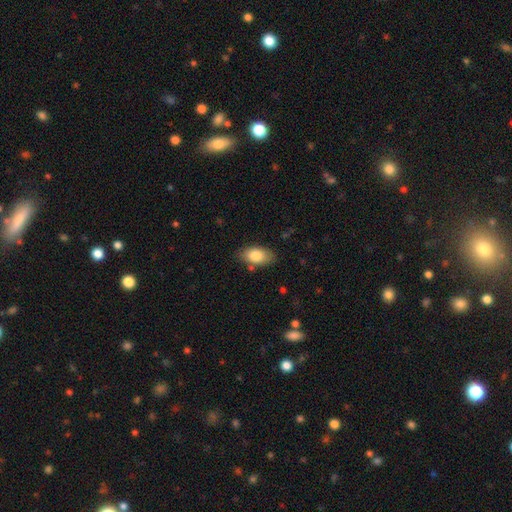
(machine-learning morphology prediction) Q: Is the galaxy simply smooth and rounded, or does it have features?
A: smooth — 82%.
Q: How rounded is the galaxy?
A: in between — 92%.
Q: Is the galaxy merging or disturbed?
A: none — 79%.